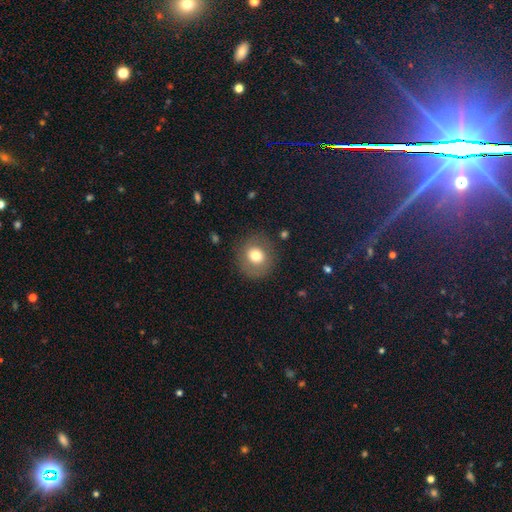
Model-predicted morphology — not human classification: Smooth or featured? smooth (73%)
How rounded? round (86%)
Merging? none (84%)